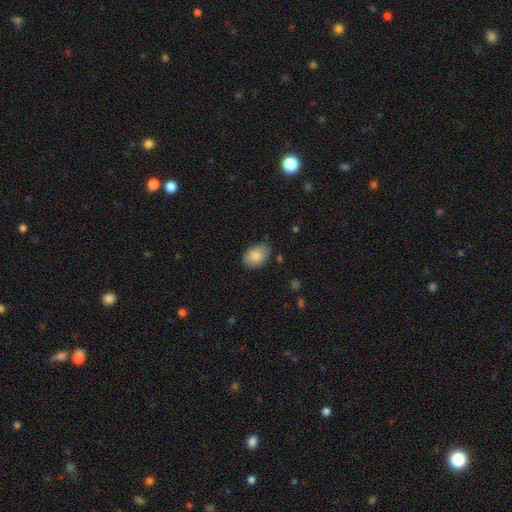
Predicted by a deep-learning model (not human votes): This is clearly a smooth galaxy (86%). How rounded: likely in between (80%). Merging: likely none (76%).